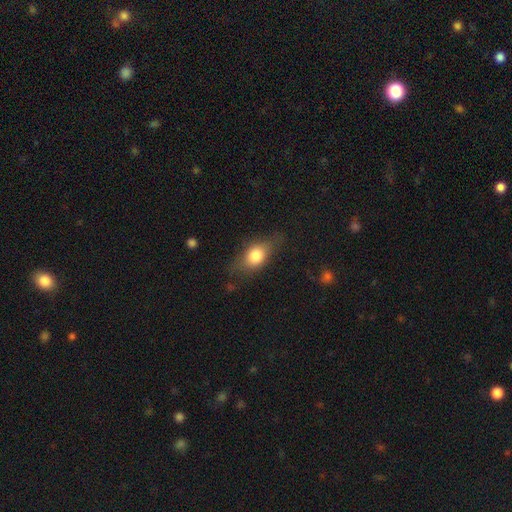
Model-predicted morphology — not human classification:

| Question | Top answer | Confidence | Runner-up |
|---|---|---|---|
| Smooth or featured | smooth | 74% | featured or disk (18%) |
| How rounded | in between | 73% | round (20%) |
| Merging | none | 68% | minor disturbance (21%) |